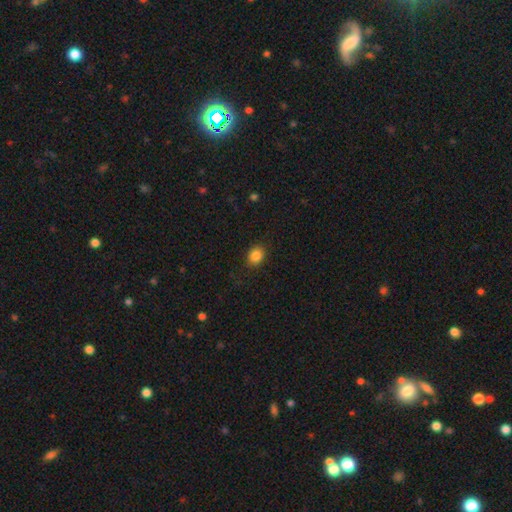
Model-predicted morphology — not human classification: A smooth galaxy with no disk features (86%) that is round (55%). Merging: none (88%).